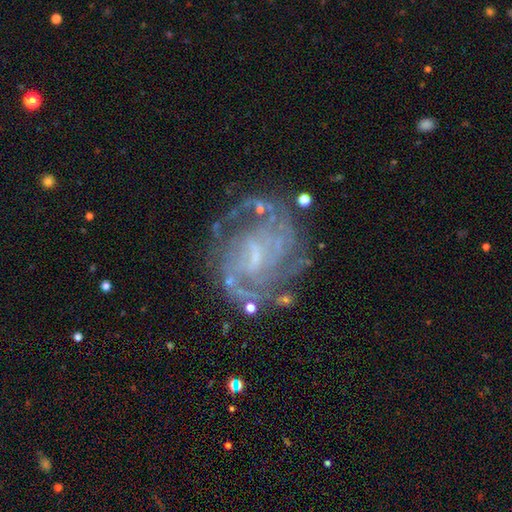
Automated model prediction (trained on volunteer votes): A featured or disk galaxy (83%) with a weak bar (52%), tight (53%) spiral arms (88%) and a small central bulge (50%). Merging: none (67%).